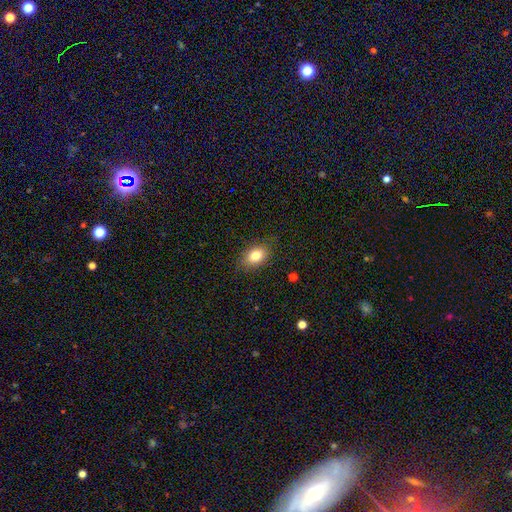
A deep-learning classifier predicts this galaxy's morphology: A smooth galaxy with no disk features (80%) that is in between round and cigar-shaped (79%).

Vote fractions:
- Smooth or featured? smooth: 80% / featured or disk: 10% / star or artifact: 9%
- How rounded? in between: 79% / round: 20% / cigar-shaped: 2%
- Merging? none: 81% / minor disturbance: 14% / major disturbance: 4% / merger: 1%